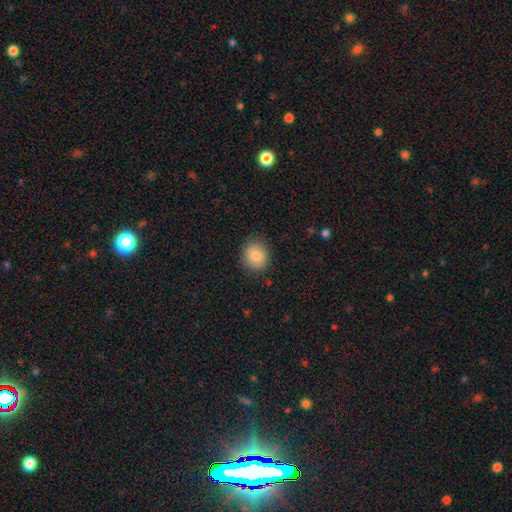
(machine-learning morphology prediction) Smooth or featured? Predicted: smooth (p=0.84). How rounded? Predicted: round (p=0.76). Merging? Predicted: none (p=0.85).